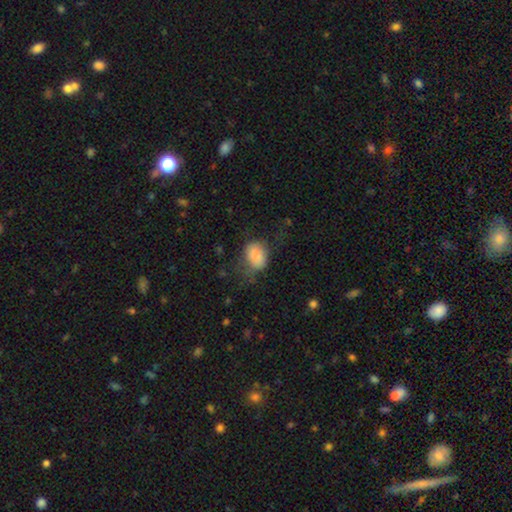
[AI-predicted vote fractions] A smooth galaxy with no disk features (78%) that is in between round and cigar-shaped (68%).

Vote fractions:
- Smooth or featured? smooth: 78% / featured or disk: 13% / star or artifact: 9%
- How rounded? in between: 68% / round: 31% / cigar-shaped: 1%
- Merging? none: 42% / minor disturbance: 30% / major disturbance: 25% / merger: 3%